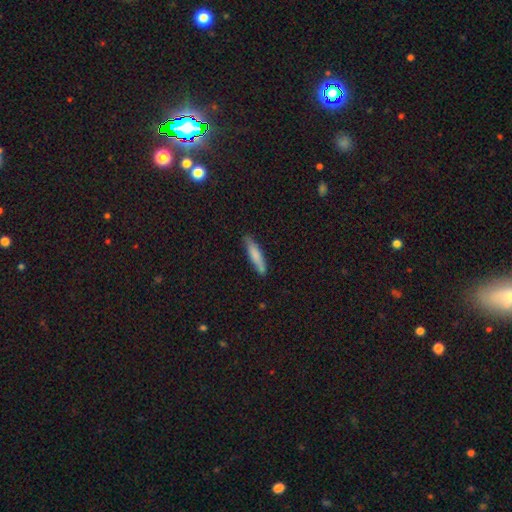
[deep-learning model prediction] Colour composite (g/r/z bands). It shows a smooth galaxy with no disk features (74%) that is cigar-shaped (85%). Merging: none (83%).